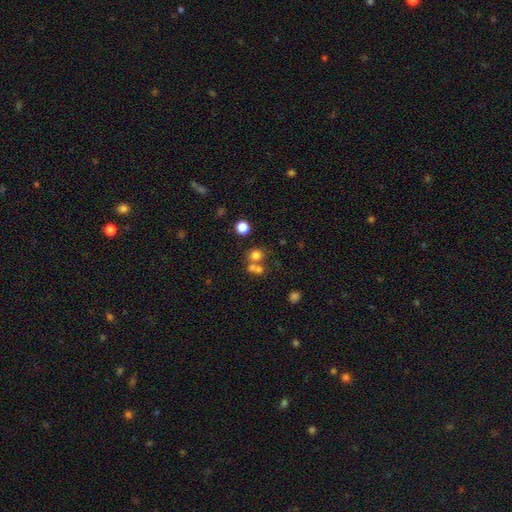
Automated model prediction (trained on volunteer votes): Smooth or featured? smooth (71%)
How rounded? round (80%)
Merging? none (48%)